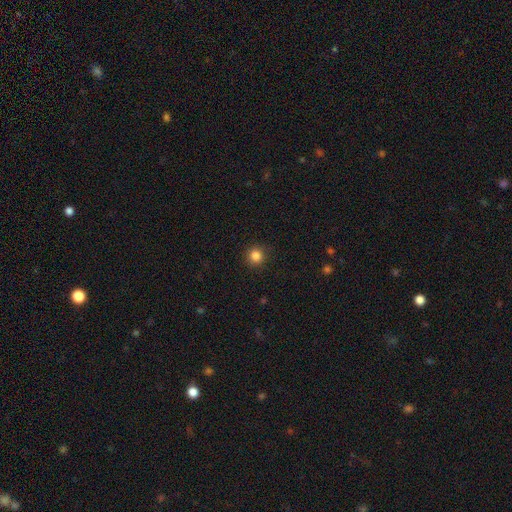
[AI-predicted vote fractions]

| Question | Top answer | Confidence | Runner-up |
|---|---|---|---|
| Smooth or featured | smooth | 85% | star or artifact (11%) |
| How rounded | round | 94% | in between (5%) |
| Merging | none | 91% | minor disturbance (6%) |